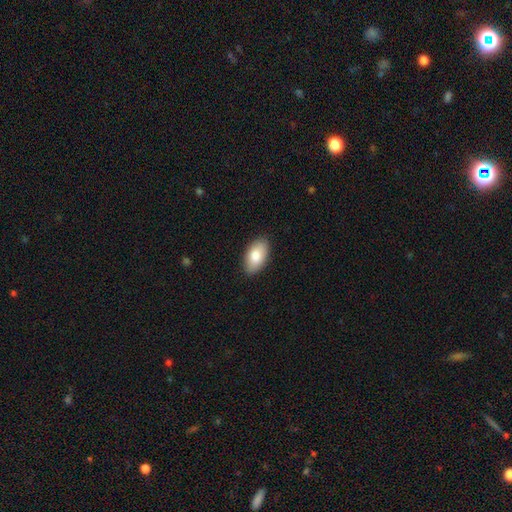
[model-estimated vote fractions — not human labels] Smooth or featured: smooth — 82% (featured or disk — 12%)
How rounded: in between — 94% (round — 4%)
Merging: none — 87% (minor disturbance — 10%)